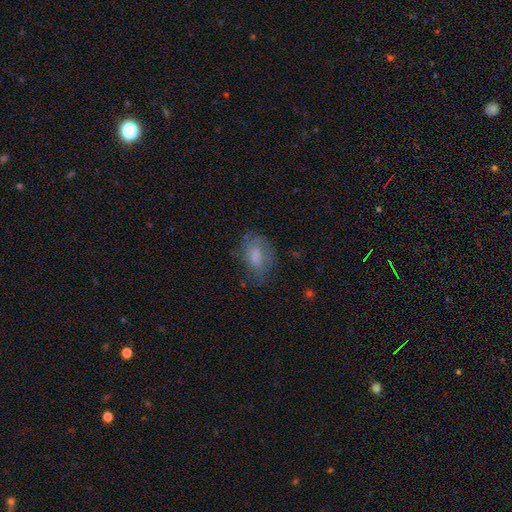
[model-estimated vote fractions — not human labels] Smooth or featured? smooth (61%)
How rounded? in between (85%)
Merging? none (60%)